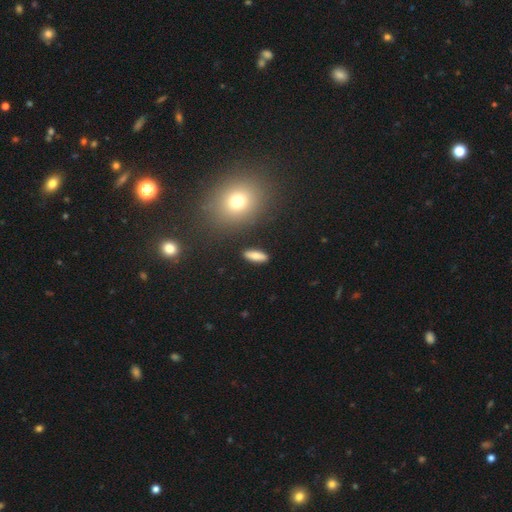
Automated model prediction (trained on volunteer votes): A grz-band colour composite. It shows a smooth galaxy with no disk features (75%) that is in between round and cigar-shaped (54%). Merging: none (89%).